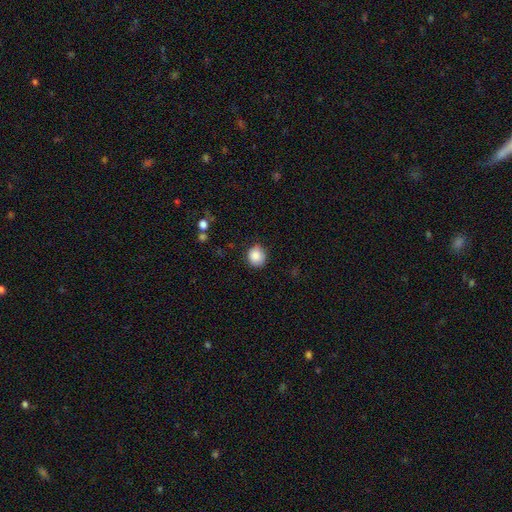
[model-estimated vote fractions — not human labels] Morphology: type=smooth (87%); roundness=round (80%); merging=none (82%).